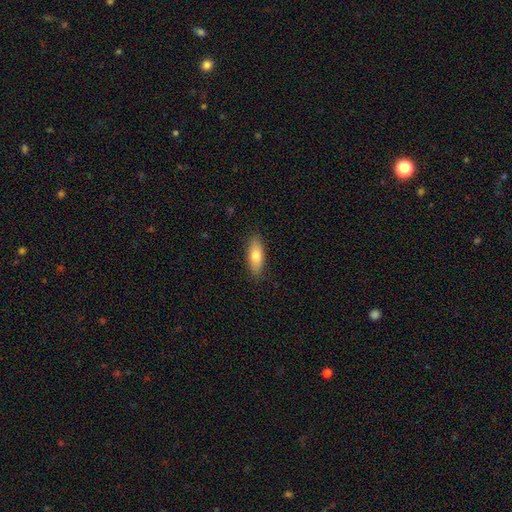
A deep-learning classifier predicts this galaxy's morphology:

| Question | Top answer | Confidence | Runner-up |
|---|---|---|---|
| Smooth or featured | smooth | 74% | featured or disk (20%) |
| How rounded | in between | 66% | cigar-shaped (31%) |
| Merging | none | 88% | minor disturbance (10%) |